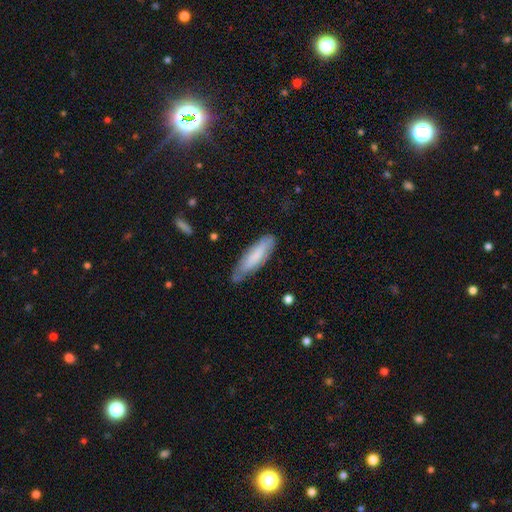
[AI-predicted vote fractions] Smooth or featured? smooth (72%)
How rounded? cigar-shaped (65%)
Merging? none (68%)